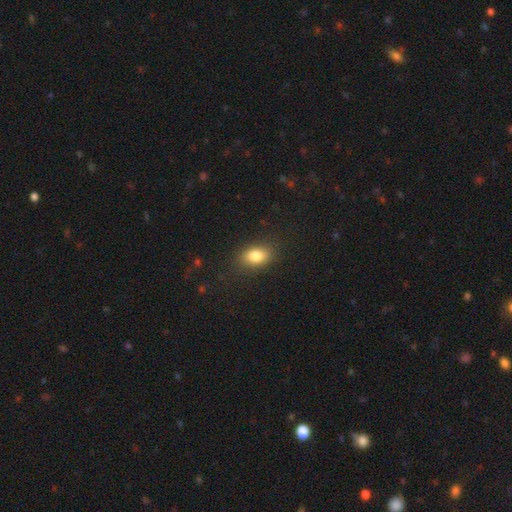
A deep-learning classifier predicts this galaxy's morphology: Smooth or featured? Predicted: smooth (p=0.82). How rounded? Predicted: in between (p=0.81). Merging? Predicted: none (p=0.84).